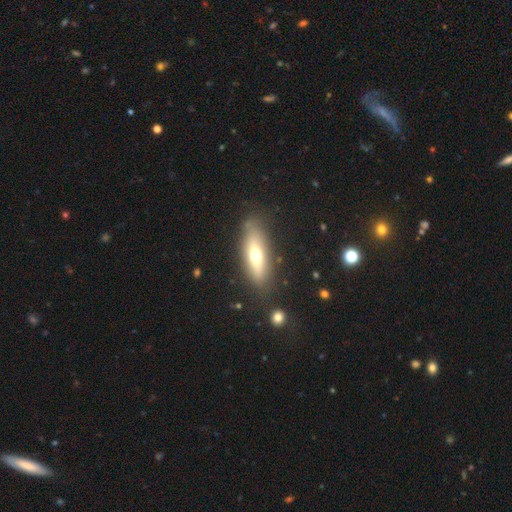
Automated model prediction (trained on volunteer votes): smooth-or-featured: smooth: 53% | featured or disk: 41% | star or artifact: 7%
  how-rounded: cigar-shaped: 49% | in between: 48% | round: 3%
  merging: none: 81% | minor disturbance: 13% | major disturbance: 4% | merger: 3%